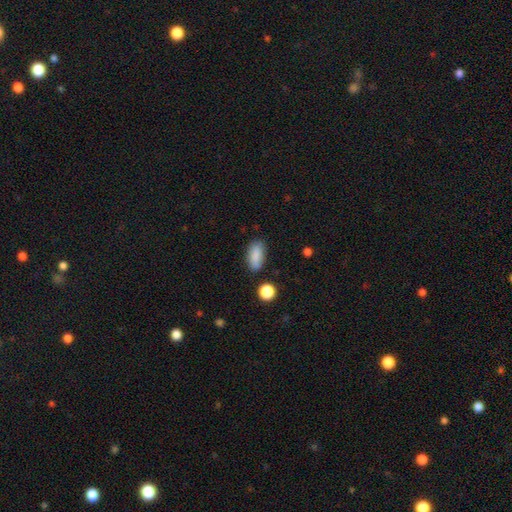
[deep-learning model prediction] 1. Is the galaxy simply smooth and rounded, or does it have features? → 87% smooth, 8% star or artifact, 6% featured or disk.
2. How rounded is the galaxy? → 86% in between, 10% cigar-shaped, 4% round.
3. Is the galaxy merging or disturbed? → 79% none, 15% minor disturbance, 3% major disturbance, 3% merger.